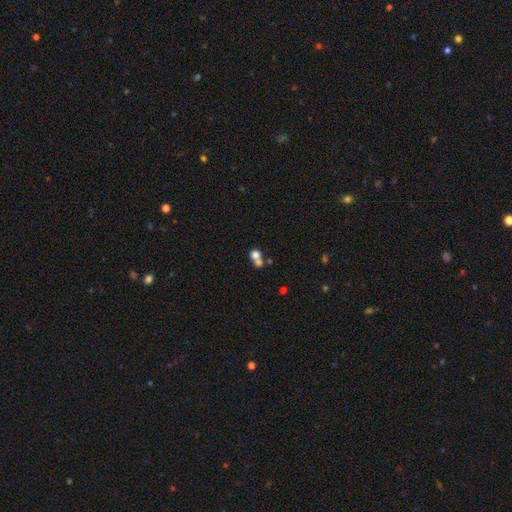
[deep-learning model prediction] Q: Smooth or featured?
A: smooth (72%); runner-up: featured or disk (15%)
Q: How rounded?
A: round (69%); runner-up: in between (29%)
Q: Merging?
A: merger (58%); runner-up: none (30%)